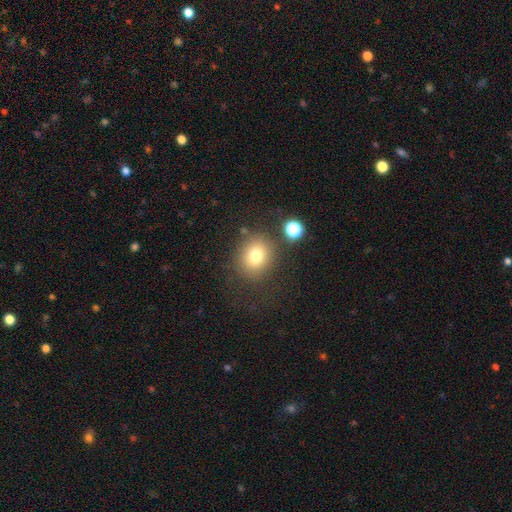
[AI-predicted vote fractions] This is likely a smooth galaxy (76%). How rounded: likely round (75%). Merging: likely none (78%).